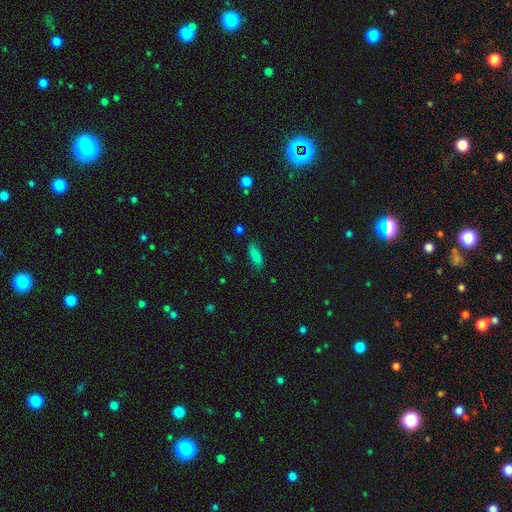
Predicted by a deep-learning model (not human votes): smooth-or-featured: smooth: 80% | featured or disk: 10% | star or artifact: 9%
  how-rounded: in between: 62% | cigar-shaped: 35% | round: 3%
  merging: none: 79% | minor disturbance: 16% | major disturbance: 3% | merger: 2%